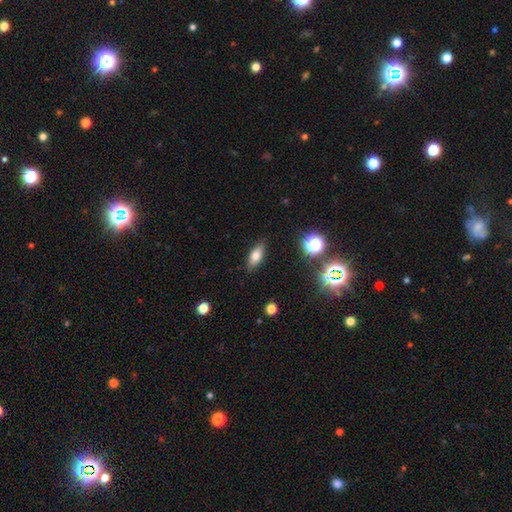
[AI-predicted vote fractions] smooth 72%, featured or disk 17%, star or artifact 11%. Down the decision tree: how rounded — in between (77%); merging — none (86%).